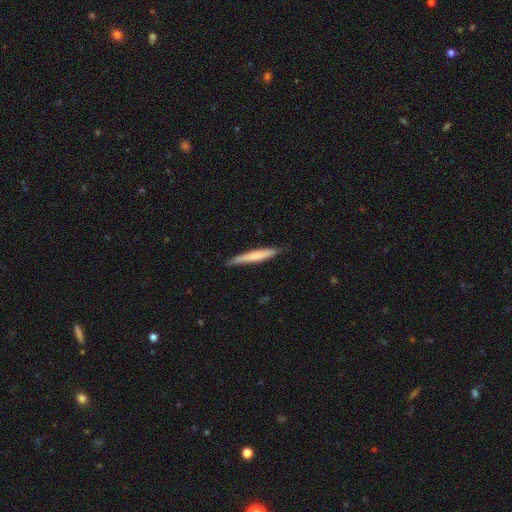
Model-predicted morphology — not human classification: This is likely a smooth galaxy (66%). How rounded: clearly cigar-shaped (95%). Merging: clearly none (85%).